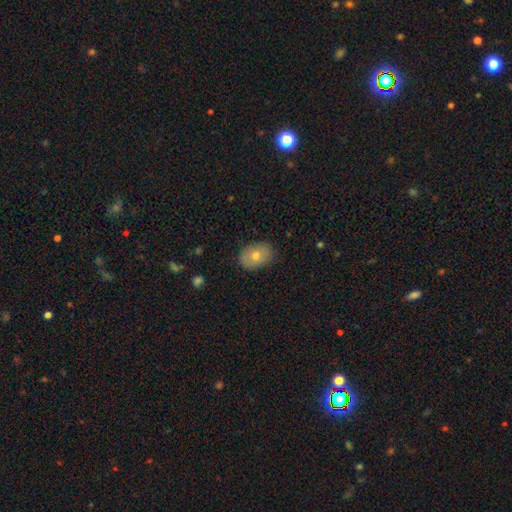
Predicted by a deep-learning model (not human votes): Smooth or featured? smooth (70%)
How rounded? in between (75%)
Merging? none (82%)